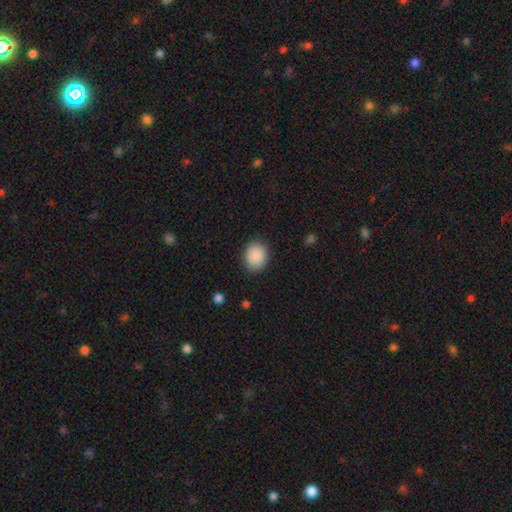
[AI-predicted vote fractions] The model was most divided on "how rounded": round: 54%, in between: 45%, cigar-shaped: 1%. More confident: smooth or featured — smooth (89%); merging — none (88%).